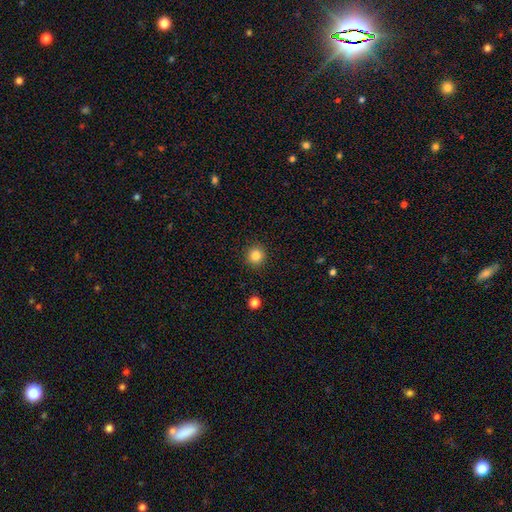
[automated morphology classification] Smooth or featured: smooth — 84% (star or artifact — 11%)
How rounded: round — 94% (in between — 5%)
Merging: none — 92% (minor disturbance — 5%)